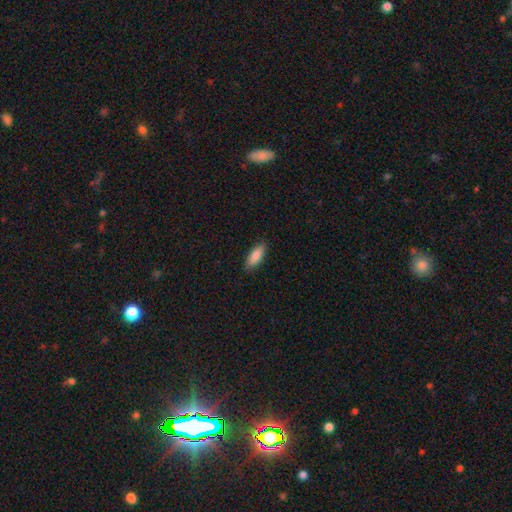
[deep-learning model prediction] smooth-or-featured: smooth: 87% | featured or disk: 7% | star or artifact: 6%
  how-rounded: in between: 70% | cigar-shaped: 28% | round: 2%
  merging: none: 88% | minor disturbance: 9% | major disturbance: 2% | merger: 1%